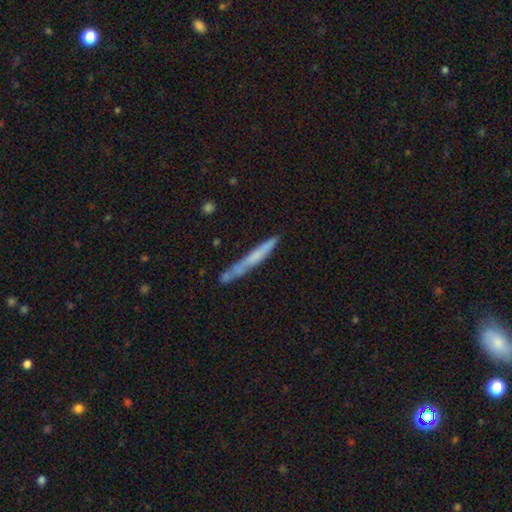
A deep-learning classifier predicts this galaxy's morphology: Smooth or featured: smooth — 52% (featured or disk — 41%)
How rounded: cigar-shaped — 96% (in between — 3%)
Merging: none — 69% (minor disturbance — 18%)